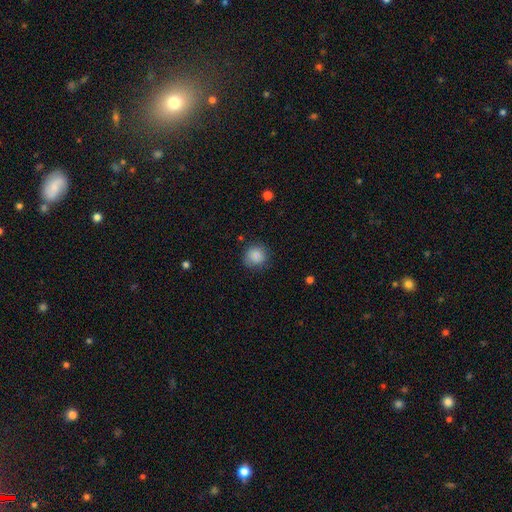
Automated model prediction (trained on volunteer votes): Morphology: type=smooth (83%); roundness=round (88%); merging=none (79%).